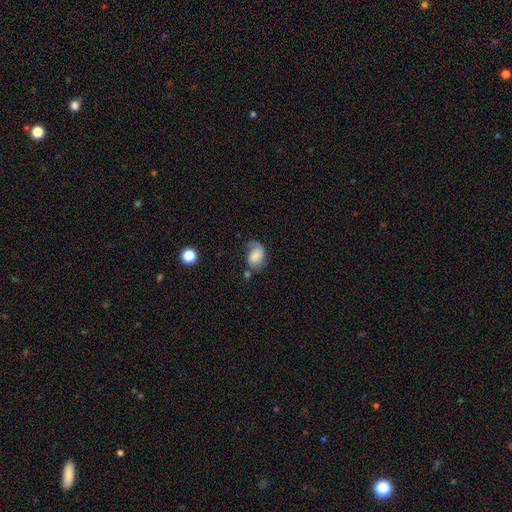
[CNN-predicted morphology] smooth_or_featured: smooth (p=0.62) [alt: featured or disk p=0.29]
how_rounded: in between (p=0.75) [alt: round p=0.23]
merging: none (p=0.35) [alt: minor disturbance p=0.30]